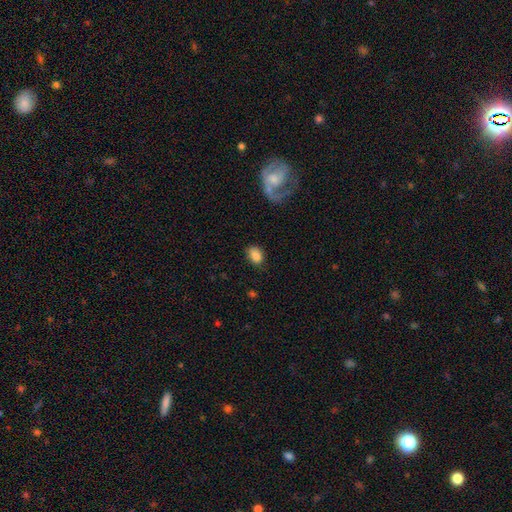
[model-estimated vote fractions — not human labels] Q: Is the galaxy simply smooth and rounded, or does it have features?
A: smooth — 84%.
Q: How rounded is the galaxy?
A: in between — 74%.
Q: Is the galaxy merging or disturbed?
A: none — 75%.